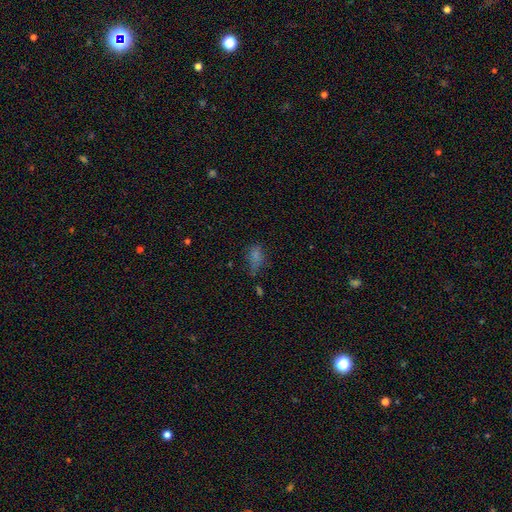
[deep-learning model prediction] Overall: smooth (58%; star or artifact 27%). How rounded: in between (74%). Merging: none (42%; minor disturbance 27%).